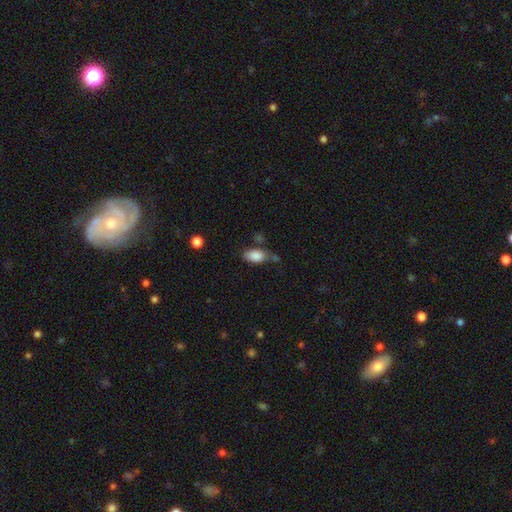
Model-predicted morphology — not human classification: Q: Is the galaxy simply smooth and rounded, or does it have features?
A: smooth — 86%.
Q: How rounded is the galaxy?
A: in between — 91%.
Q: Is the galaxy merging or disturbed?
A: none — 58%.